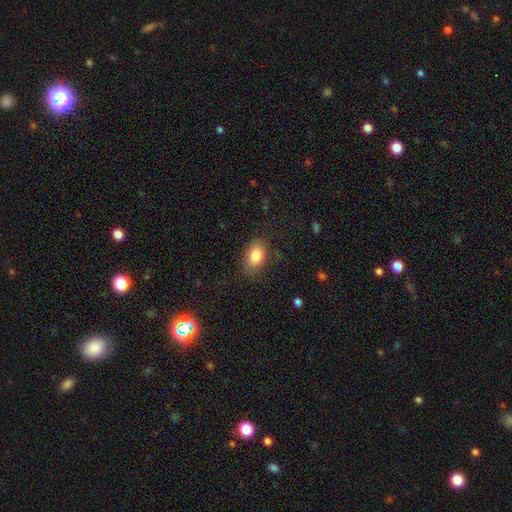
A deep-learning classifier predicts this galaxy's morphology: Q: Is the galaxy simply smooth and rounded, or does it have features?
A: smooth — 83%.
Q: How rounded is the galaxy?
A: in between — 84%.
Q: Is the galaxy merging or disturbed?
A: none — 77%.